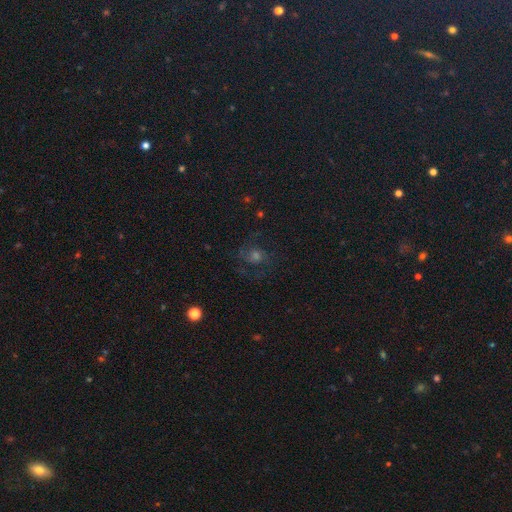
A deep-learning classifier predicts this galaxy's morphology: This is possibly a featured or disk galaxy (45%). Merging: likely none (66%).